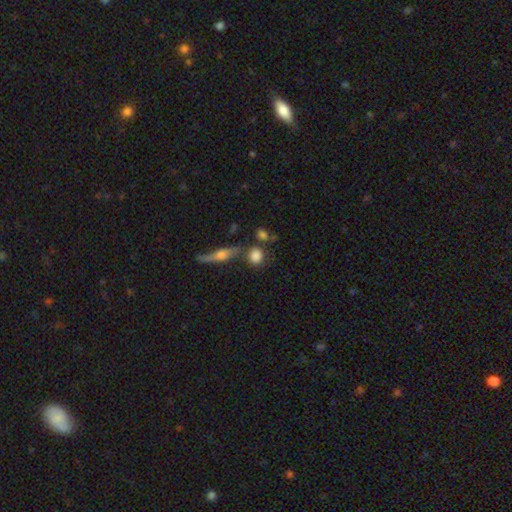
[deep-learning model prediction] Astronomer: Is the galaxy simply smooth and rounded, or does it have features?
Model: smooth — 81%.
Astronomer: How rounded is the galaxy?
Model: round — 78%.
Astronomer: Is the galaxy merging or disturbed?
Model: none — 66%.